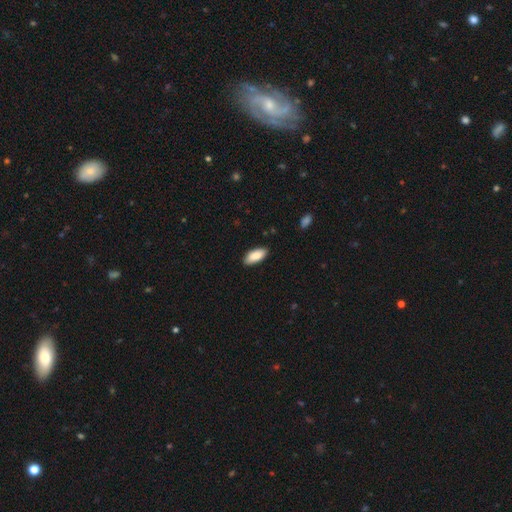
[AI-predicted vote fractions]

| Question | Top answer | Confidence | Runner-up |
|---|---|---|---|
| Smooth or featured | smooth | 87% | featured or disk (7%) |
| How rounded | in between | 87% | cigar-shaped (11%) |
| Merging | none | 86% | minor disturbance (11%) |